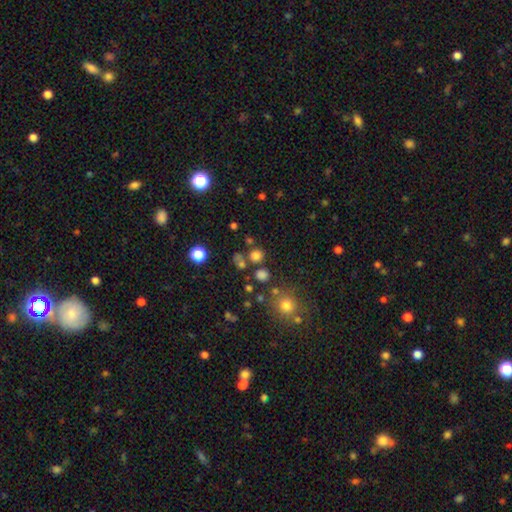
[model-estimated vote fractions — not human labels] Q: Smooth or featured?
A: smooth (74%); runner-up: star or artifact (19%)
Q: How rounded?
A: round (87%); runner-up: in between (12%)
Q: Merging?
A: none (74%); runner-up: merger (13%)